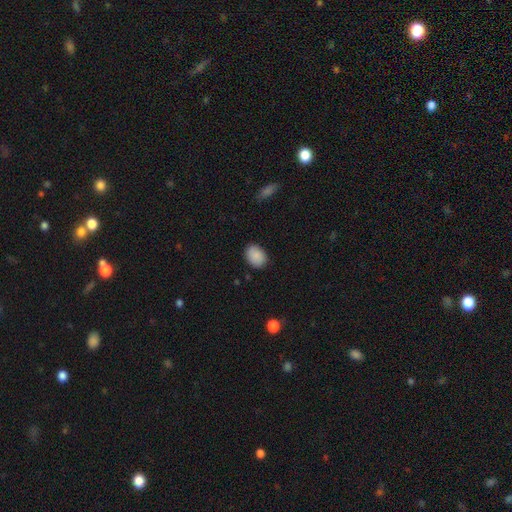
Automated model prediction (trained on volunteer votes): A smooth galaxy with no disk features (89%) that is in between round and cigar-shaped (73%).

Vote fractions:
- Smooth or featured? smooth: 89% / star or artifact: 7% / featured or disk: 4%
- How rounded? in between: 73% / round: 26% / cigar-shaped: 1%
- Merging? none: 85% / minor disturbance: 12% / major disturbance: 2% / merger: 1%